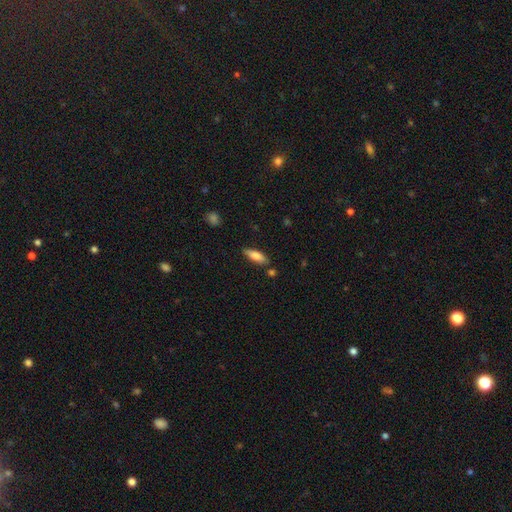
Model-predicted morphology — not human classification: The model was most divided on "how rounded": in between: 56%, cigar-shaped: 43%, round: 2%. More confident: merging — none (80%); smooth or featured — smooth (76%).